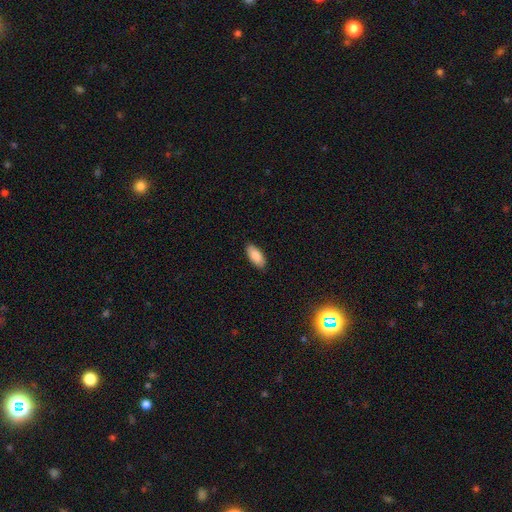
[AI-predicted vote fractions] Morphology: type=smooth (88%); roundness=in between (89%); merging=none (89%).